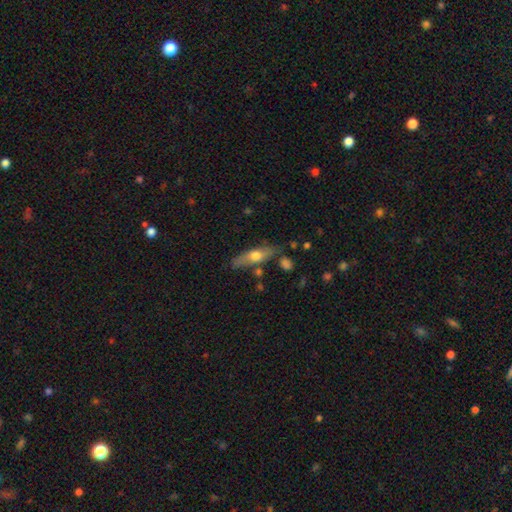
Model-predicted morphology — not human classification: Smooth or featured?
  - smooth: 52% *
  - featured or disk: 42%
  - star or artifact: 6%
How rounded?
  - cigar-shaped: 56% *
  - in between: 41%
  - round: 3%
Merging?
  - none: 70% *
  - minor disturbance: 18%
  - merger: 7%
  - major disturbance: 5%